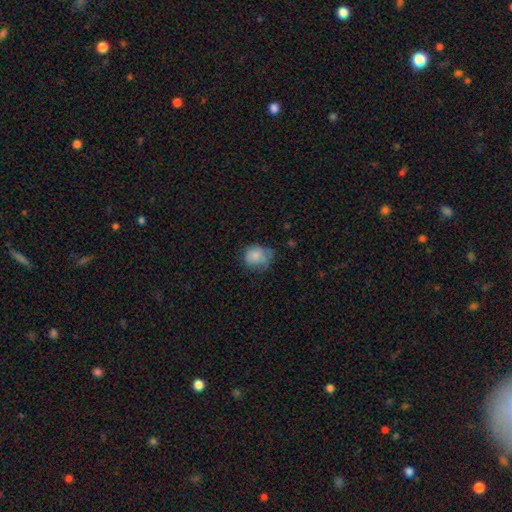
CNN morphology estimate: The model was most divided on "merging": none: 45%, minor disturbance: 34%, major disturbance: 20%, merger: 2%. More confident: smooth or featured — smooth (78%); how rounded — round (67%).